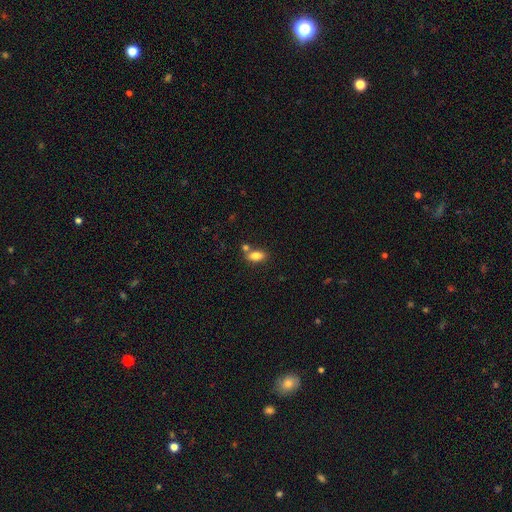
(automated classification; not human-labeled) Smooth or featured: smooth — 82% (featured or disk — 10%)
How rounded: in between — 88% (round — 6%)
Merging: none — 64% (merger — 21%)